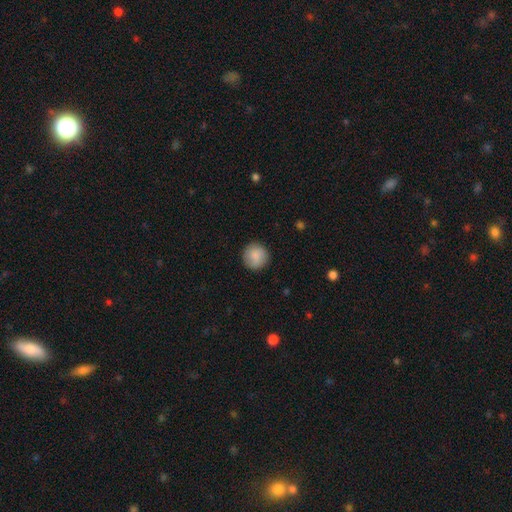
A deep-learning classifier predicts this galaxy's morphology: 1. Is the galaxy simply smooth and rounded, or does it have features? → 87% smooth, 7% star or artifact, 6% featured or disk.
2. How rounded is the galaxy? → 95% round, 4% in between, 1% cigar-shaped.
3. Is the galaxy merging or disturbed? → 90% none, 7% minor disturbance, 2% major disturbance, 1% merger.